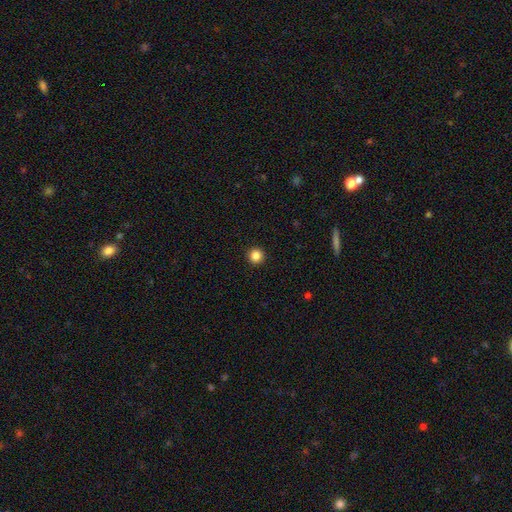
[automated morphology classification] This is clearly a smooth galaxy (85%). How rounded: clearly round (96%). Merging: clearly none (94%).